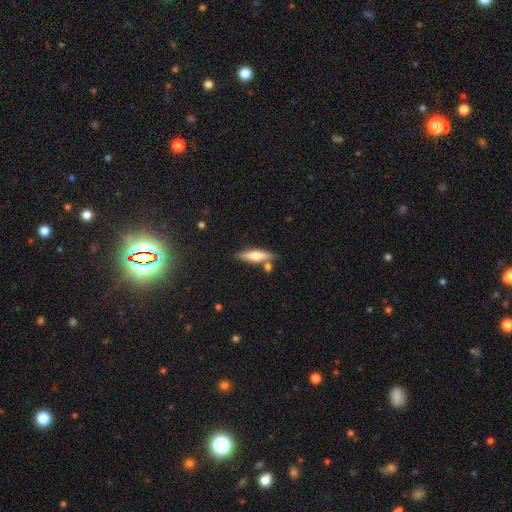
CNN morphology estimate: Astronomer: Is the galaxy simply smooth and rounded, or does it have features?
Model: smooth — 48% (runner-up: featured or disk, 46%).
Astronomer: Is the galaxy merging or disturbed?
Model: none — 74%.